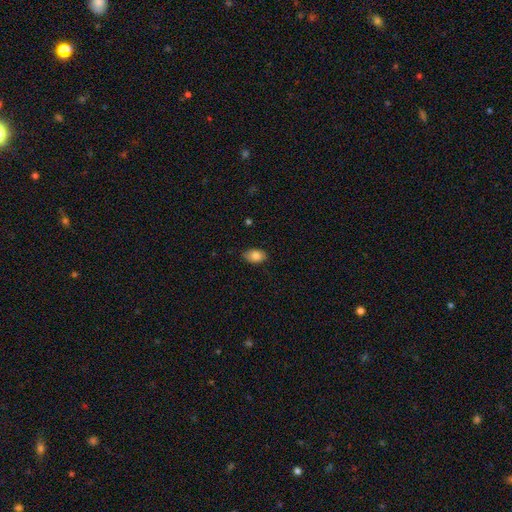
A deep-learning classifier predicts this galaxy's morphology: A smooth galaxy with no disk features (84%) that is in between round and cigar-shaped (89%). Merging: none (83%).